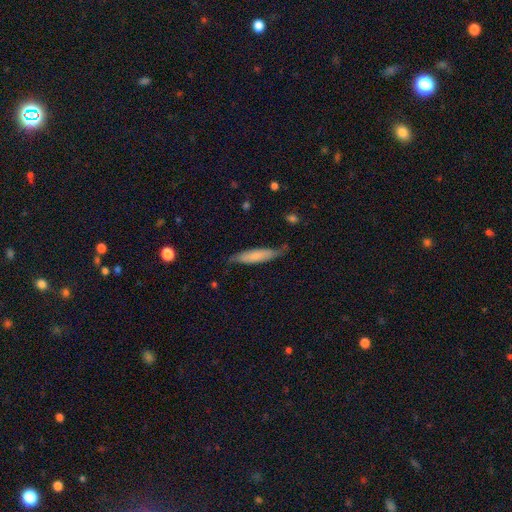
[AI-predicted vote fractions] Smooth or featured? smooth (69%)
How rounded? cigar-shaped (79%)
Merging? none (69%)